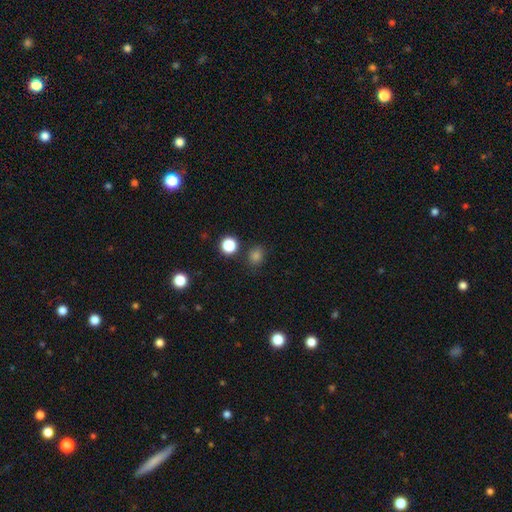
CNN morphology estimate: A smooth galaxy with no disk features (77%) that is round (70%).

Vote fractions:
- Smooth or featured? smooth: 77% / star or artifact: 19% / featured or disk: 5%
- How rounded? round: 70% / in between: 29% / cigar-shaped: 1%
- Merging? none: 82% / minor disturbance: 10% / merger: 4% / major disturbance: 3%